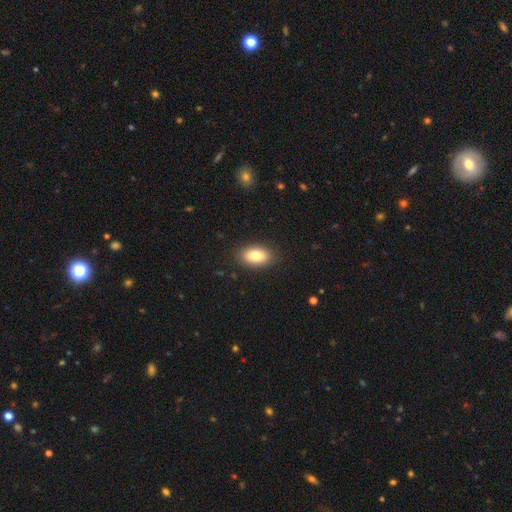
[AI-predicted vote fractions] This is likely a smooth galaxy (80%). How rounded: clearly in between (90%). Merging: clearly none (88%).